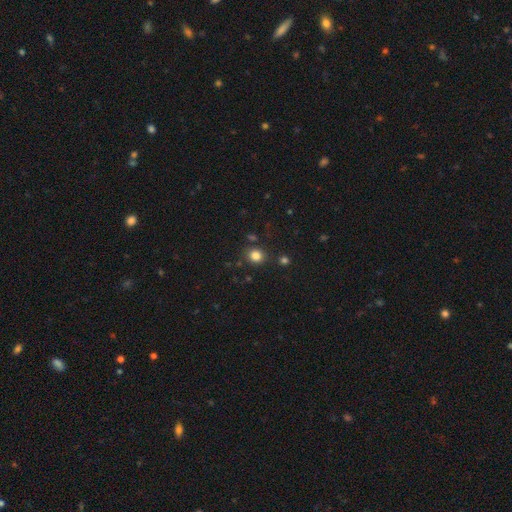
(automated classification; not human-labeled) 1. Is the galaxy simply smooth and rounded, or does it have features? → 82% smooth, 13% star or artifact, 5% featured or disk.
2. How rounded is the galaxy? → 81% round, 18% in between, 1% cigar-shaped.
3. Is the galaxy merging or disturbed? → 83% none, 9% minor disturbance, 5% merger, 3% major disturbance.